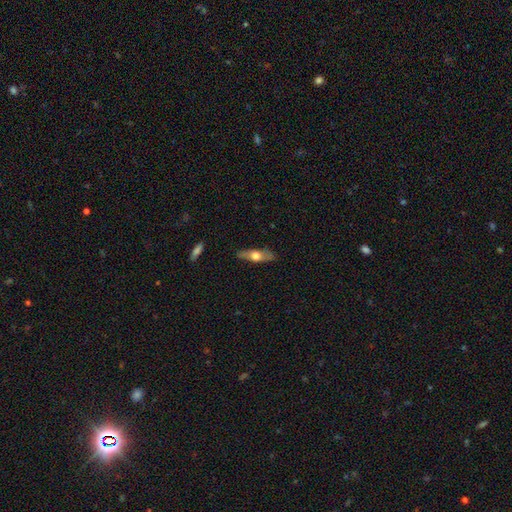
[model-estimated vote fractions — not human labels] A featured or disk galaxy (48%). Merging: none (84%).